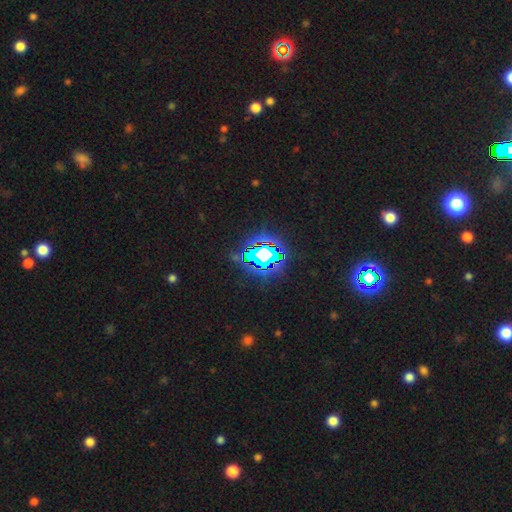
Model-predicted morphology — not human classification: Overall: star or artifact (78%).